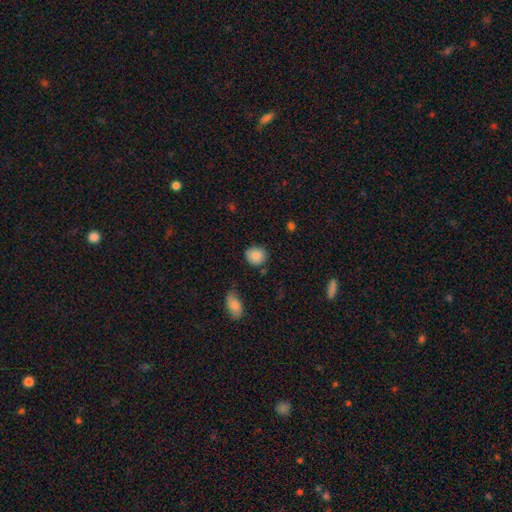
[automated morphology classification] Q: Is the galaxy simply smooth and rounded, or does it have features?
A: smooth — 86%.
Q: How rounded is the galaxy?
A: round — 82%.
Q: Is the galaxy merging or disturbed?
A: none — 80%.